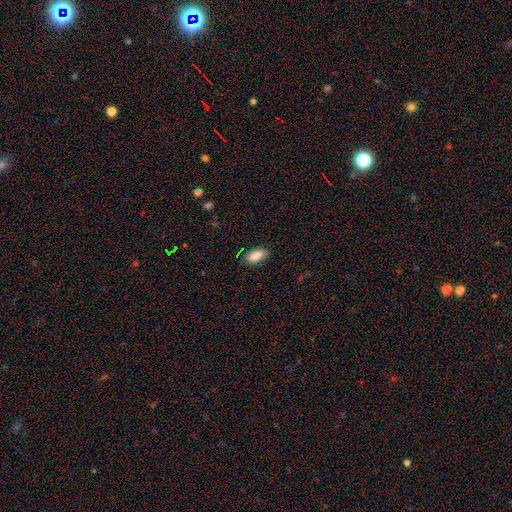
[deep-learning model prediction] smooth-or-featured: smooth: 84% | featured or disk: 9% | star or artifact: 7%
  how-rounded: in between: 91% | cigar-shaped: 6% | round: 3%
  merging: none: 86% | minor disturbance: 11% | major disturbance: 2% | merger: 1%